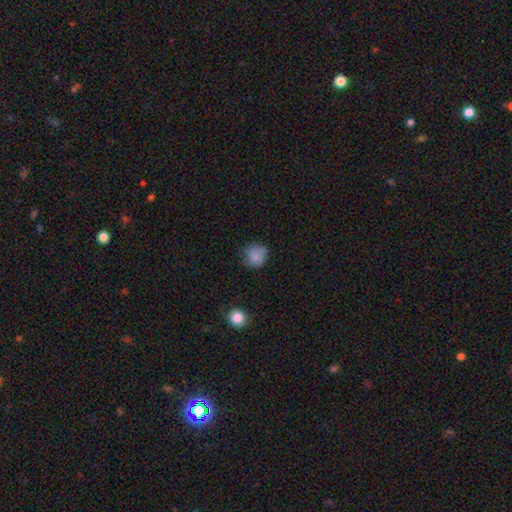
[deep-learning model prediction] Overall: smooth (79%). How rounded: round (81%). Merging: none (63%; minor disturbance 26%).